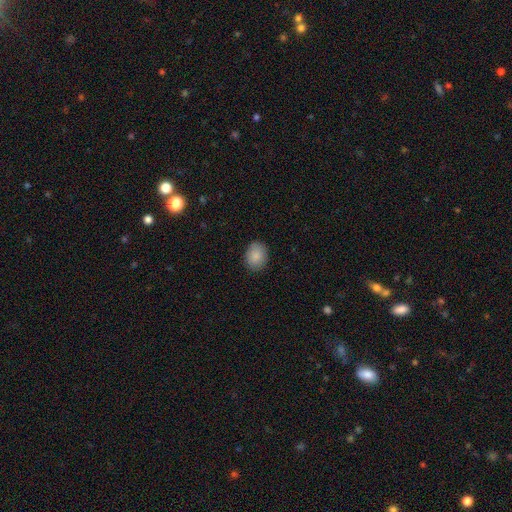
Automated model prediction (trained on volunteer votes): Smooth or featured?
  - smooth: 87% *
  - star or artifact: 8%
  - featured or disk: 5%
How rounded?
  - in between: 57% *
  - round: 42%
  - cigar-shaped: 1%
Merging?
  - none: 87% *
  - minor disturbance: 9%
  - major disturbance: 2%
  - merger: 1%